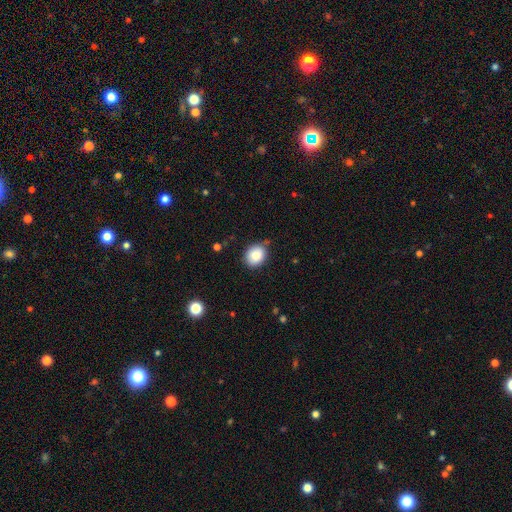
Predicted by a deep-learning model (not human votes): smooth-or-featured: smooth: 87% | star or artifact: 8% | featured or disk: 5%
  how-rounded: round: 55% | in between: 44% | cigar-shaped: 1%
  merging: none: 79% | minor disturbance: 16% | major disturbance: 3% | merger: 2%